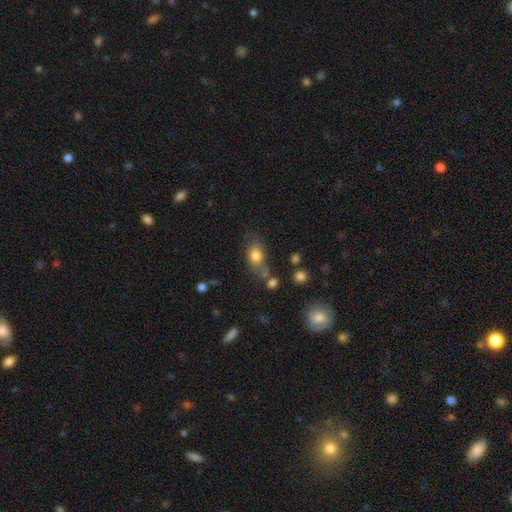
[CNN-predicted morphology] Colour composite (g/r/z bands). It shows a smooth galaxy with no disk features (79%) that is in between round and cigar-shaped (74%). Merging: none (51%).